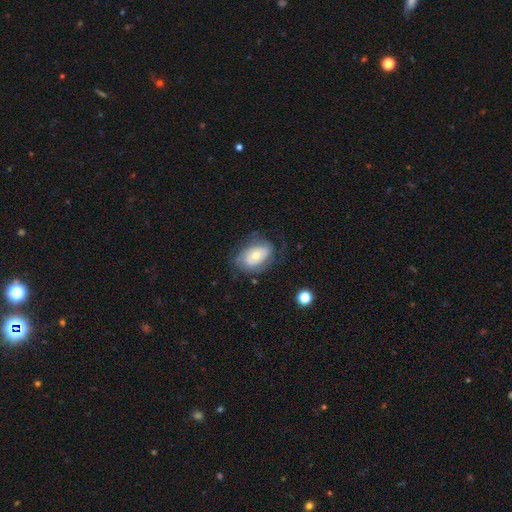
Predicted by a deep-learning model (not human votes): Overall: featured or disk (49%; smooth 44%). Merging: none (64%).